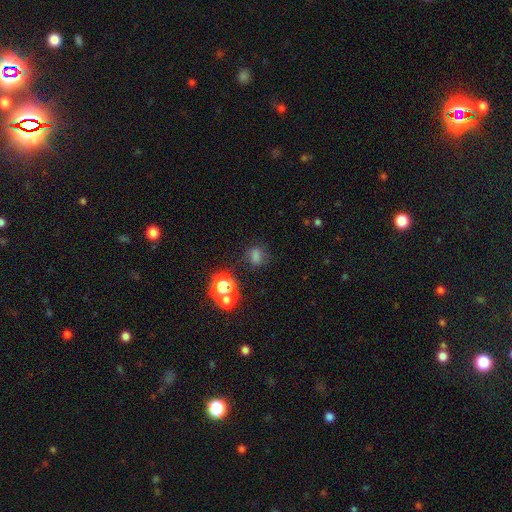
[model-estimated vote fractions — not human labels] Q: Smooth or featured?
A: smooth (67%); runner-up: star or artifact (23%)
Q: How rounded?
A: round (52%); runner-up: in between (46%)
Q: Merging?
A: none (64%); runner-up: minor disturbance (18%)